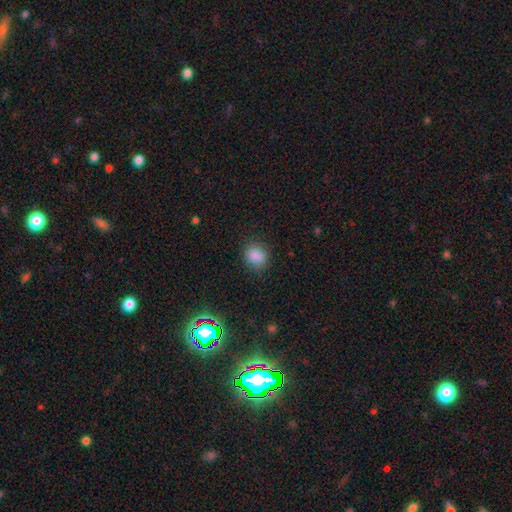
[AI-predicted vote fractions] Smooth or featured: smooth — 85% (star or artifact — 11%)
How rounded: round — 58% (in between — 40%)
Merging: none — 81% (minor disturbance — 14%)